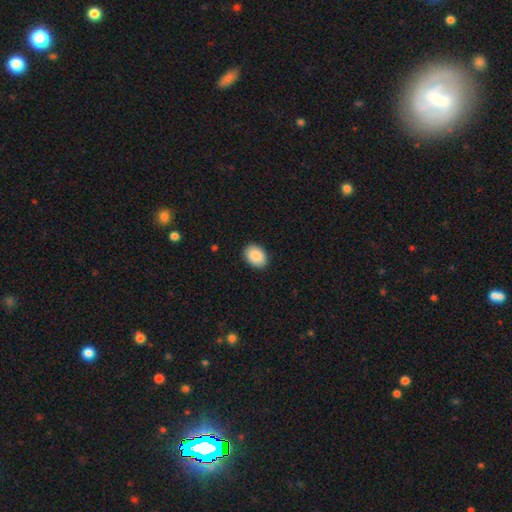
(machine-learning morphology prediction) smooth-or-featured: smooth: 89% | star or artifact: 7% | featured or disk: 5%
  how-rounded: in between: 78% | round: 21% | cigar-shaped: 1%
  merging: none: 90% | minor disturbance: 7% | major disturbance: 2% | merger: 1%